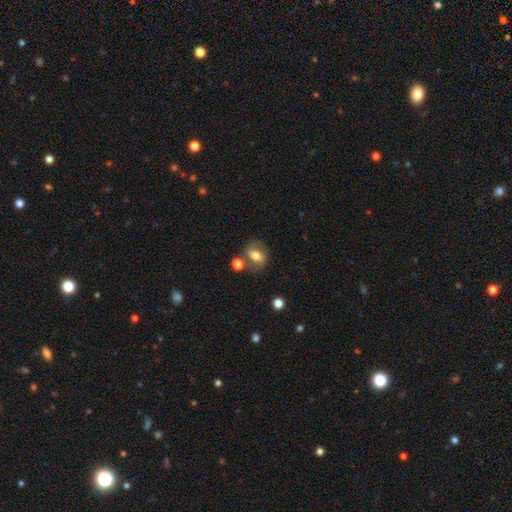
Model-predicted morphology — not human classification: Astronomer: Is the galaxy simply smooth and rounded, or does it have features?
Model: smooth — 46% (runner-up: featured or disk, 45%).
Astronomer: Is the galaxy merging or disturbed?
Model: none — 60%.